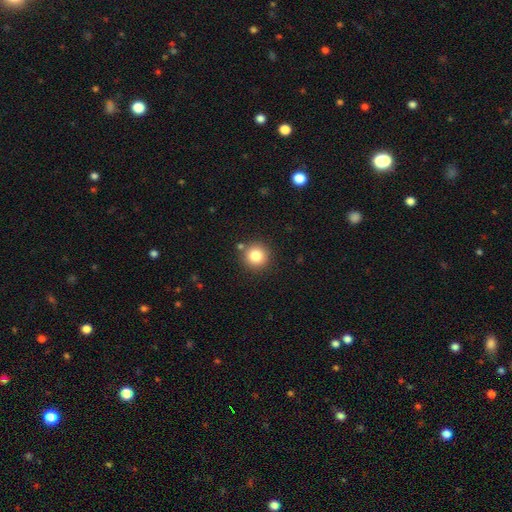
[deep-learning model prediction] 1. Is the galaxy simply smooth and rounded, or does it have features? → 82% smooth, 11% star or artifact, 7% featured or disk.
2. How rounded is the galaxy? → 94% round, 5% in between, 1% cigar-shaped.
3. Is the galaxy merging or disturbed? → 86% none, 7% minor disturbance, 5% merger, 2% major disturbance.